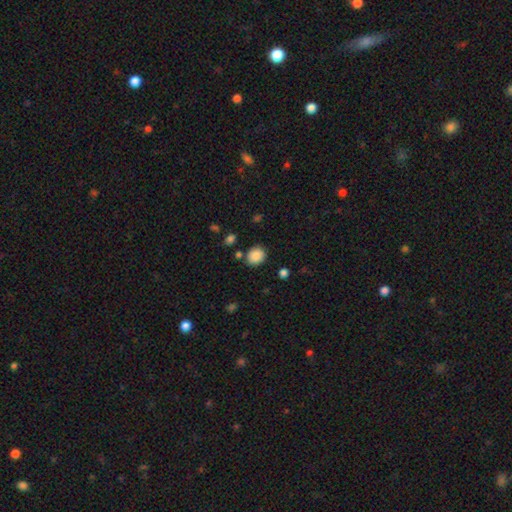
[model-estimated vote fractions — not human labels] Smooth or featured? smooth (87%)
How rounded? round (73%)
Merging? none (81%)